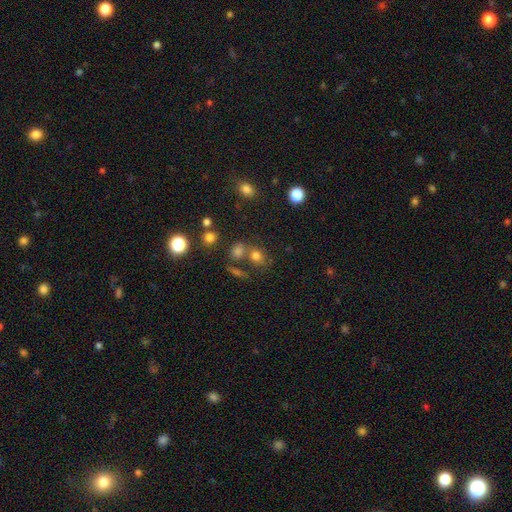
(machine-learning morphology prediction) Smooth or featured?
  - smooth: 73% *
  - star or artifact: 17%
  - featured or disk: 10%
How rounded?
  - round: 64% *
  - in between: 35%
  - cigar-shaped: 2%
Merging?
  - none: 55% *
  - merger: 27%
  - minor disturbance: 12%
  - major disturbance: 6%